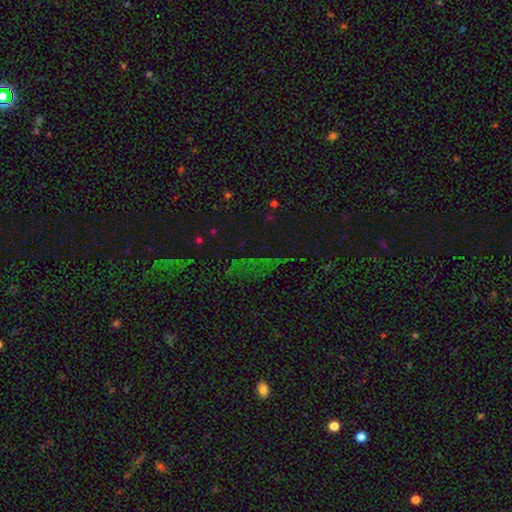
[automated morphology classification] Smooth or featured: star or artifact — 73% (smooth — 16%)